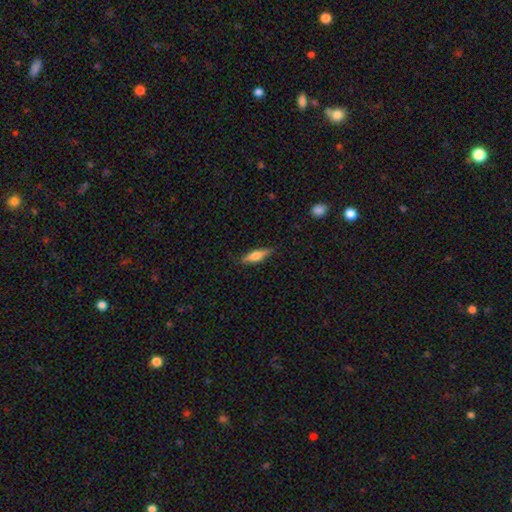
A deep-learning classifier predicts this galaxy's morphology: type=smooth (57%); roundness=cigar-shaped (65%); merging=none (85%).